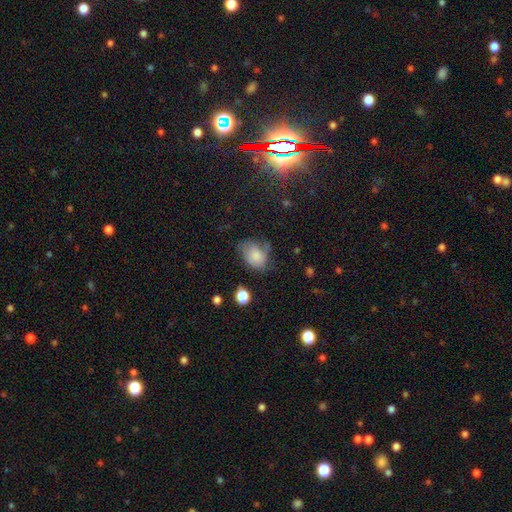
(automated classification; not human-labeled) smooth 75%, featured or disk 16%, star or artifact 10%. Down the decision tree: how rounded — in between (76%); merging — none (41%).